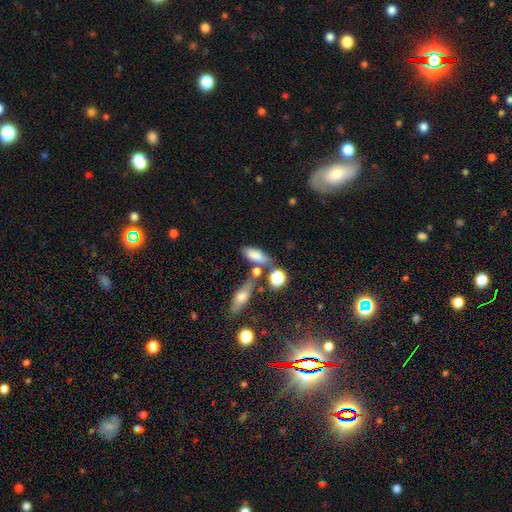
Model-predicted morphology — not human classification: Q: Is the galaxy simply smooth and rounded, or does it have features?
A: smooth — 79%.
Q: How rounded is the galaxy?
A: in between — 70%.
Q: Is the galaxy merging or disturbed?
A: none — 53%.